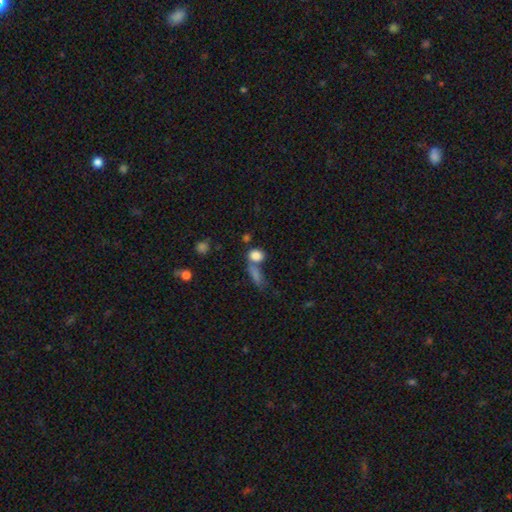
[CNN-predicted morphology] Smooth or featured? smooth (82%)
How rounded? round (55%)
Merging? none (52%)